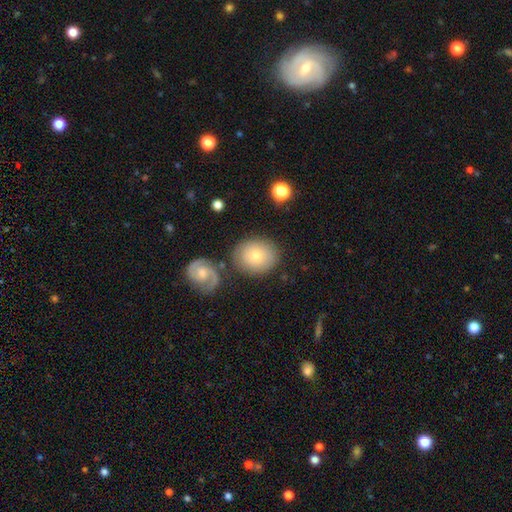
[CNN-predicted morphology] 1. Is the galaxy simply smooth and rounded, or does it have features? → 65% smooth, 28% featured or disk, 8% star or artifact.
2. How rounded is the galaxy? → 63% round, 36% in between, 1% cigar-shaped.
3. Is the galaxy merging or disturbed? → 76% none, 12% minor disturbance, 8% merger, 4% major disturbance.